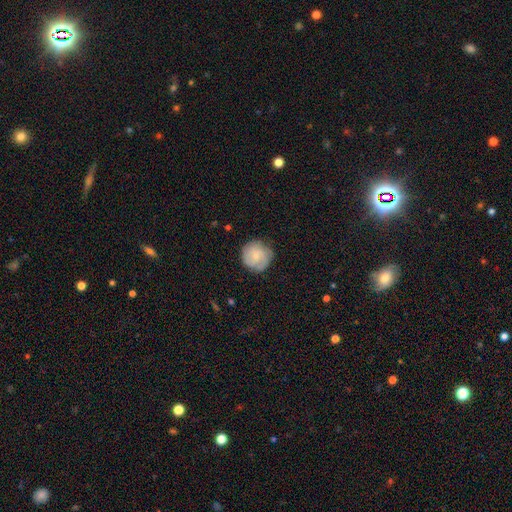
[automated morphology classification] A smooth galaxy with no disk features (59%) that is round (91%).

Vote fractions:
- Smooth or featured? smooth: 59% / featured or disk: 34% / star or artifact: 7%
- How rounded? round: 91% / in between: 8% / cigar-shaped: 1%
- Merging? none: 73% / minor disturbance: 20% / major disturbance: 6% / merger: 1%